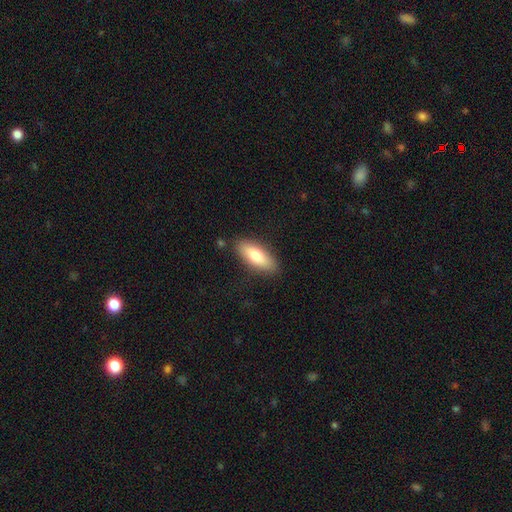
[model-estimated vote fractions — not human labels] smooth 75%, featured or disk 20%, star or artifact 6%. Down the decision tree: how rounded — in between (68%); merging — none (85%).